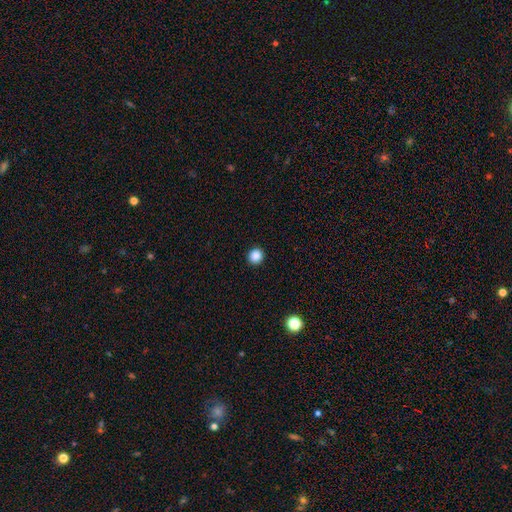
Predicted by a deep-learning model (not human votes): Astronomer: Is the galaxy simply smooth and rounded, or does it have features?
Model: smooth — 87%.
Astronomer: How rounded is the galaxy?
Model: round — 92%.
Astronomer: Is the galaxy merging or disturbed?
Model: none — 93%.